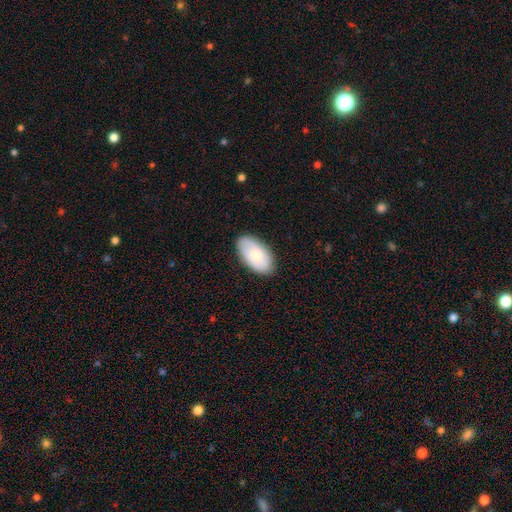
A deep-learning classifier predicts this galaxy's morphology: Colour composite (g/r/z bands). It shows a smooth galaxy with no disk features (76%) that is in between round and cigar-shaped (96%). Merging: none (86%).